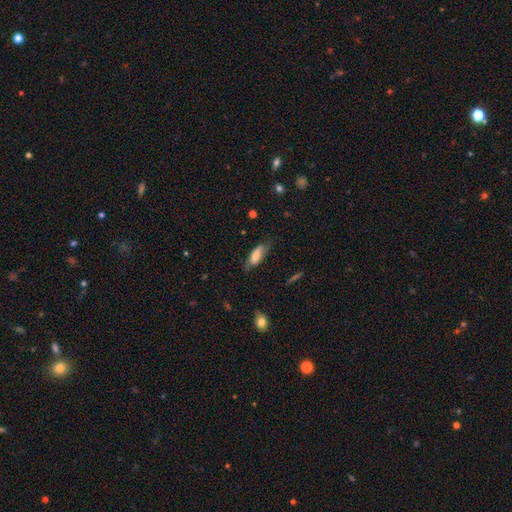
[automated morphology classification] smooth_or_featured: smooth (p=0.63) [alt: featured or disk p=0.30]
how_rounded: in between (p=0.74) [alt: cigar-shaped p=0.23]
merging: none (p=0.58) [alt: minor disturbance p=0.29]